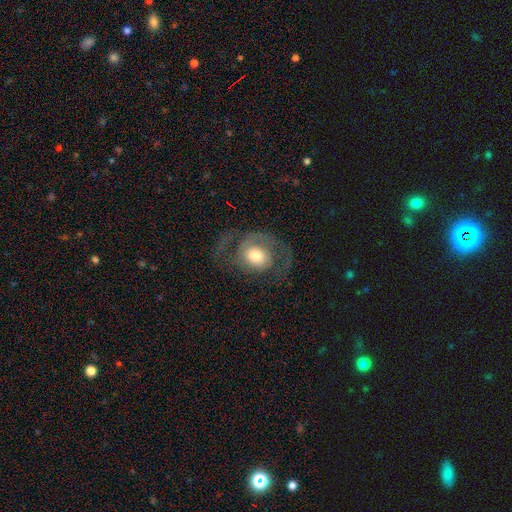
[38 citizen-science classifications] A featured or disk galaxy (61%) with no bar (70%), 2 (90%) medium (55%) spiral arms (87%) and a moderate central bulge (57%). Merging: none (57%).